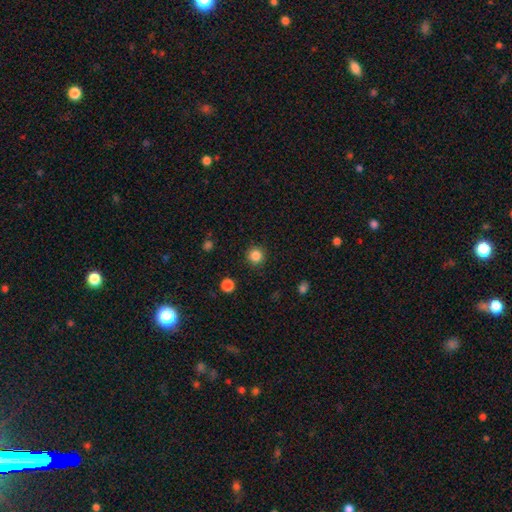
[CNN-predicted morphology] Smooth or featured? Predicted: smooth (p=0.84). How rounded? Predicted: round (p=0.95). Merging? Predicted: none (p=0.91).